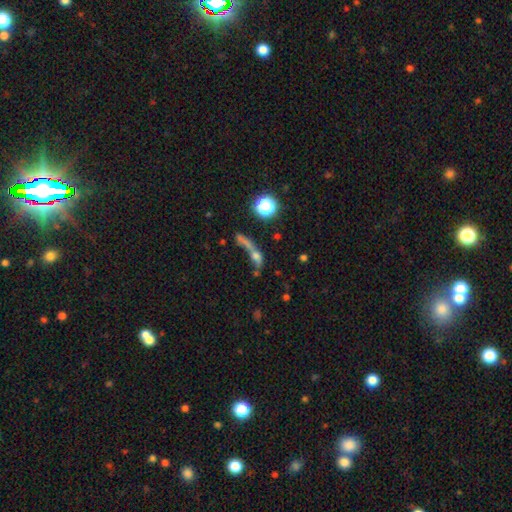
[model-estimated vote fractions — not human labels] smooth-or-featured: smooth: 50% | featured or disk: 27% | star or artifact: 23%
  merging: merger: 39% | none: 27% | major disturbance: 24% | minor disturbance: 11%